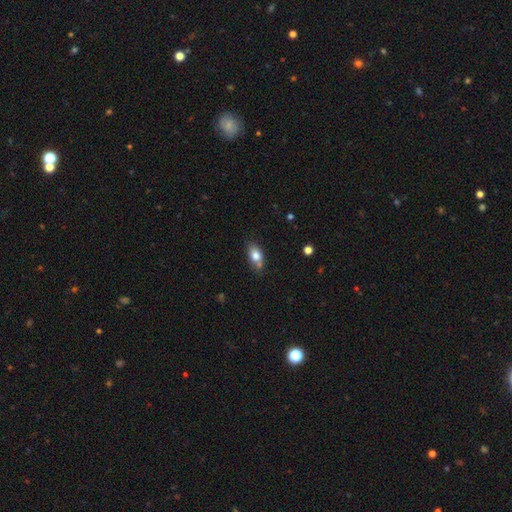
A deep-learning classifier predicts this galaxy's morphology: The model was most divided on "merging": none: 62%, minor disturbance: 21%, merger: 13%, major disturbance: 5%. More confident: how rounded — in between (84%); smooth or featured — smooth (77%).